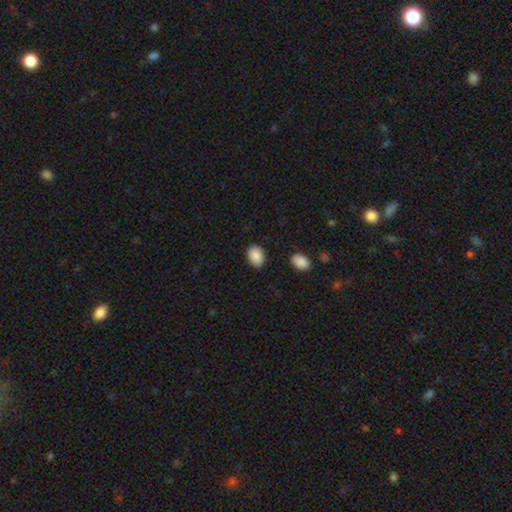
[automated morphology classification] The model was most divided on "how rounded": in between: 80%, round: 19%, cigar-shaped: 1%. More confident: smooth or featured — smooth (89%); merging — none (85%).